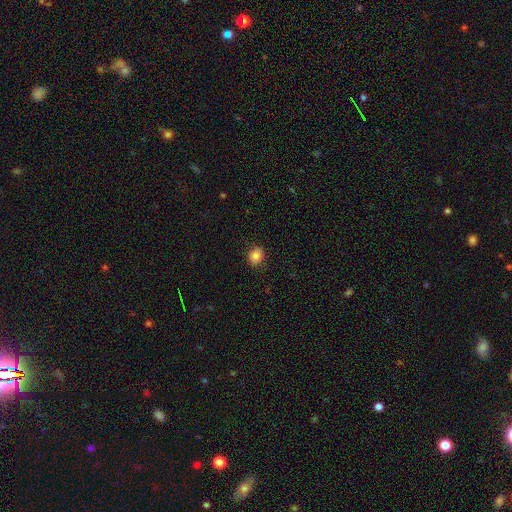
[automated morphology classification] Overall: smooth (84%). How rounded: round (60%; in between 39%). Merging: none (87%).